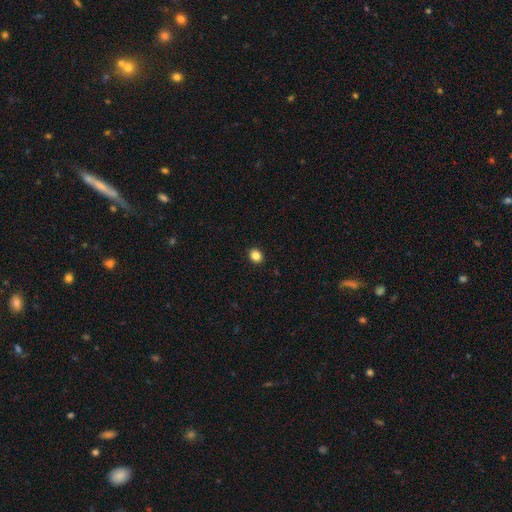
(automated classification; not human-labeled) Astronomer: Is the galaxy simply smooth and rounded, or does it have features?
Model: smooth — 85%.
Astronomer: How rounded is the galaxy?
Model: round — 71%.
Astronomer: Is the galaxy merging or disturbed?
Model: none — 92%.